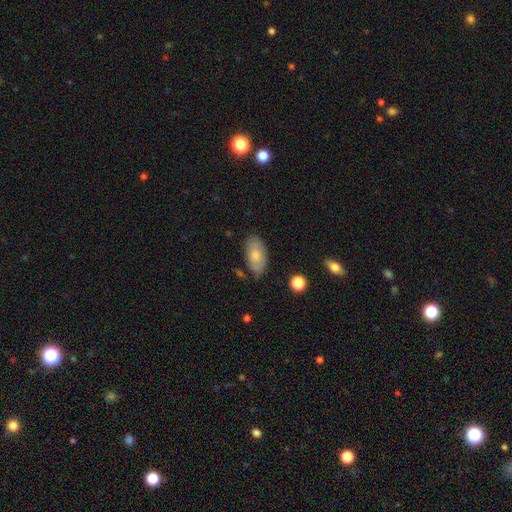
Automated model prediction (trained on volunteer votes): Smooth or featured? smooth (72%)
How rounded? in between (94%)
Merging? none (75%)